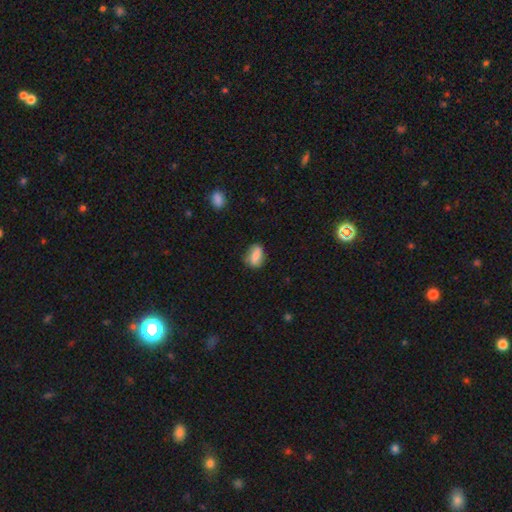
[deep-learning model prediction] Overall: smooth (71%). How rounded: in between (80%). Merging: none (70%).